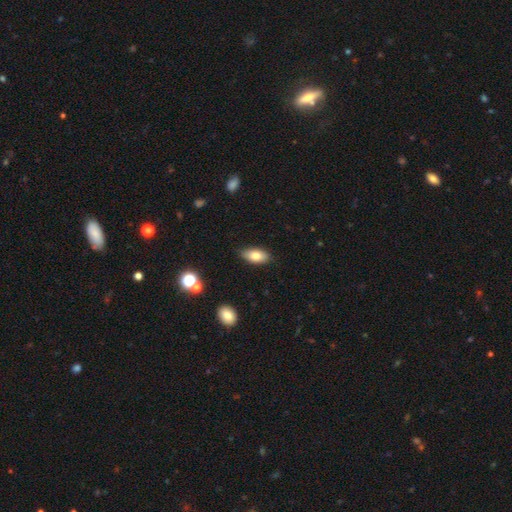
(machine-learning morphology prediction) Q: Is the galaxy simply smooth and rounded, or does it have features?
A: smooth — 80%.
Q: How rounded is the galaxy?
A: in between — 90%.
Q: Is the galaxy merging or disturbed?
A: none — 85%.